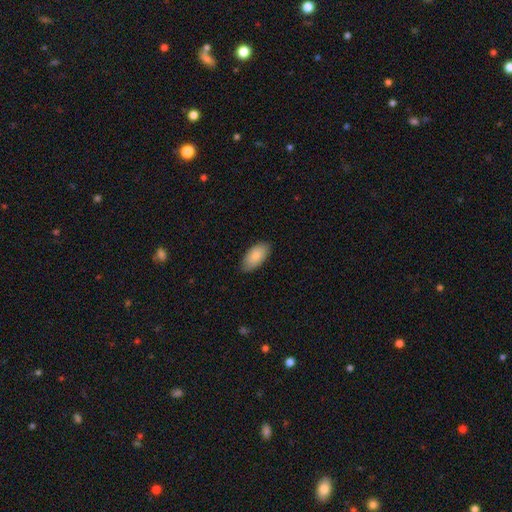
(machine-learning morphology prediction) The model was most divided on "merging": none: 83%, minor disturbance: 14%, major disturbance: 2%, merger: 1%. More confident: how rounded — in between (94%); smooth or featured — smooth (88%).